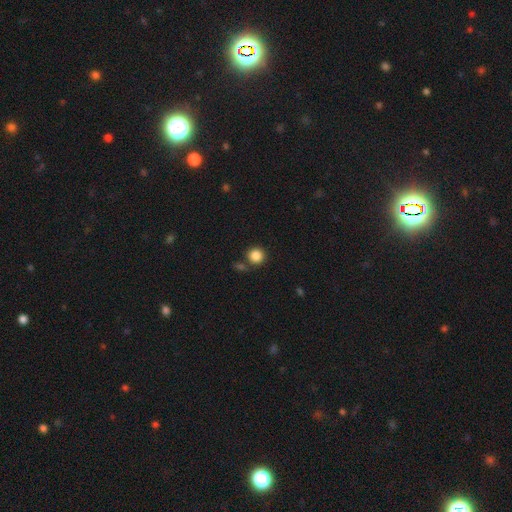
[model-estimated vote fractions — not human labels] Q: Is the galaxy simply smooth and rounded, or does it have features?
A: smooth — 86%.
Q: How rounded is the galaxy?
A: round — 93%.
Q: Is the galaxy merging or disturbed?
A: none — 78%.